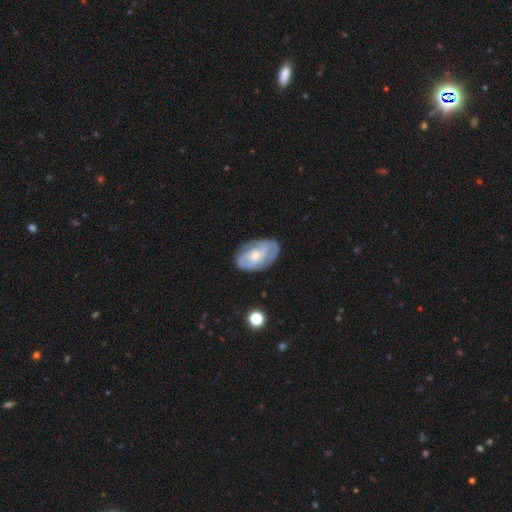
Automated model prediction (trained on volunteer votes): Smooth or featured: featured or disk — 77% (smooth — 17%)
Edge-on disk: no — 97% (yes — 3%)
Bar: no — 66% (weak — 29%)
Spiral arms: yes — 92% (no — 8%)
Spiral winding: tight — 55% (medium — 35%)
Spiral arm count: 2 — 32% (can't tell — 31%)
Bulge size: small — 46% (moderate — 45%)
Merging: none — 74% (minor disturbance — 19%)